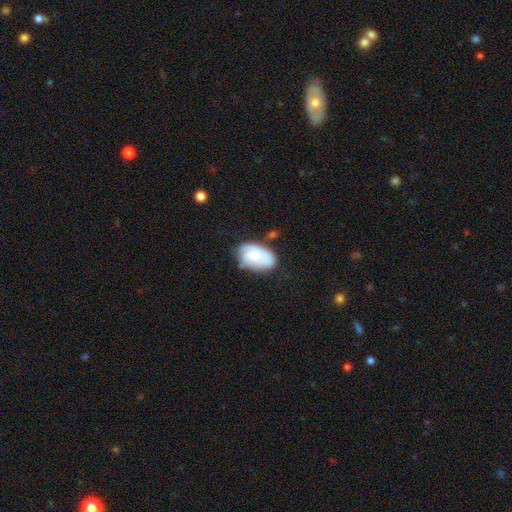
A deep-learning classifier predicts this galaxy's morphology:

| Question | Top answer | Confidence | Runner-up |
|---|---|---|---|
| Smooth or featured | smooth | 61% | featured or disk (32%) |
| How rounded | in between | 91% | round (8%) |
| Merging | none | 53% | minor disturbance (31%) |